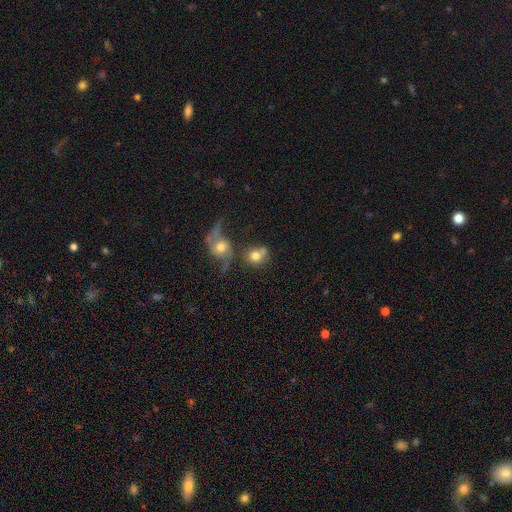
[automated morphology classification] Q: Smooth or featured?
A: smooth (66%); runner-up: featured or disk (25%)
Q: How rounded?
A: round (67%); runner-up: in between (31%)
Q: Merging?
A: none (38%); tied with: merger (38%)